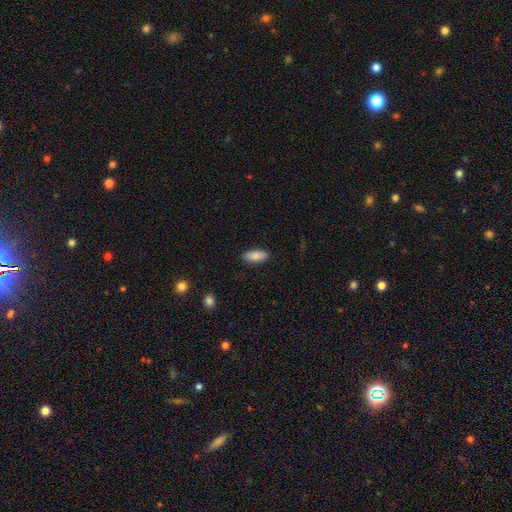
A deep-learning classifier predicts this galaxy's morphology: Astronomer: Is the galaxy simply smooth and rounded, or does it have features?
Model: smooth — 86%.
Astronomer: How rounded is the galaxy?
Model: in between — 82%.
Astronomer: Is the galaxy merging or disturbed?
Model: none — 88%.